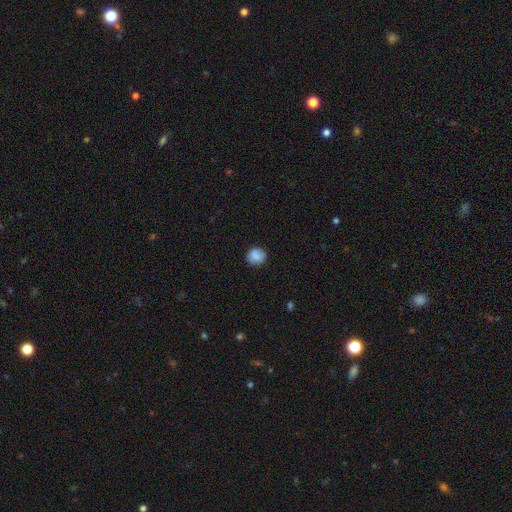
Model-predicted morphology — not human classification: This is clearly a smooth galaxy (83%). How rounded: clearly round (81%). Merging: clearly none (83%).